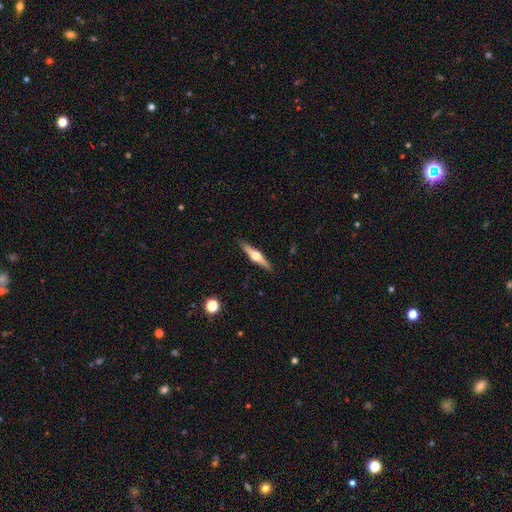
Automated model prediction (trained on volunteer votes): smooth_or_featured: featured or disk (p=0.68) [alt: smooth p=0.27]
disk_edge_on: yes (p=0.97) [alt: no p=0.03]
edge_on_bulge: rounded (p=0.95) [alt: boxy p=0.03]
merging: none (p=0.90) [alt: minor disturbance p=0.07]